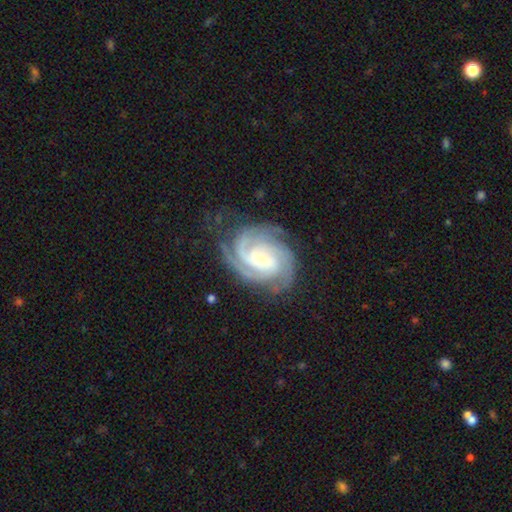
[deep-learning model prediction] This appears to be a featured or disk galaxy (91%) with no bar (56%), 3 (44%) tight (71%) spiral arms (99%) and a small central bulge (65%). Merging: none (77%).